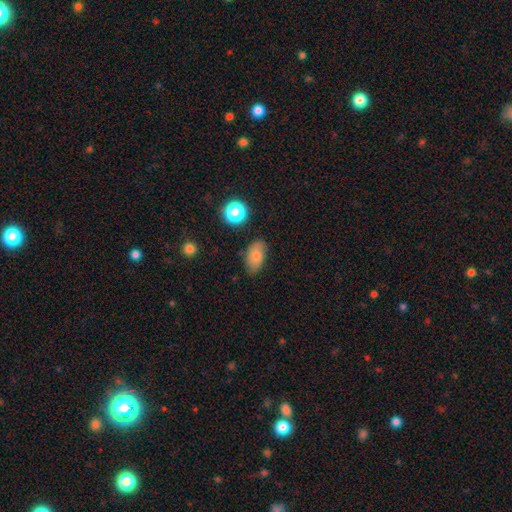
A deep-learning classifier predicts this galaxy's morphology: smooth_or_featured: smooth (p=0.76) [alt: featured or disk p=0.14]
how_rounded: in between (p=0.90) [alt: round p=0.08]
merging: none (p=0.74) [alt: minor disturbance p=0.20]